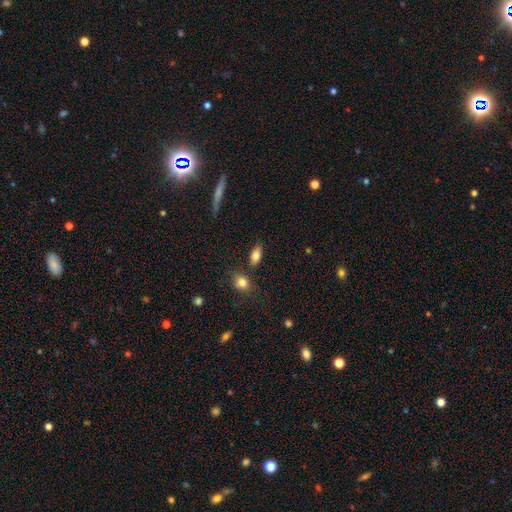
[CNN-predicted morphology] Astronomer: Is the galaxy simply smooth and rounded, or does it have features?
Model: smooth — 81%.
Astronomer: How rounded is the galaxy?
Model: in between — 87%.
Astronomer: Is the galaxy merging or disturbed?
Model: none — 77%.